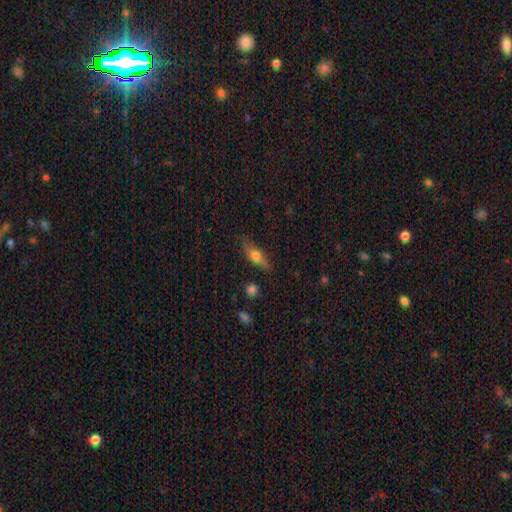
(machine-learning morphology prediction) The model was most divided on "how rounded": in between: 52%, cigar-shaped: 44%, round: 4%. More confident: merging — none (78%); smooth or featured — smooth (56%).